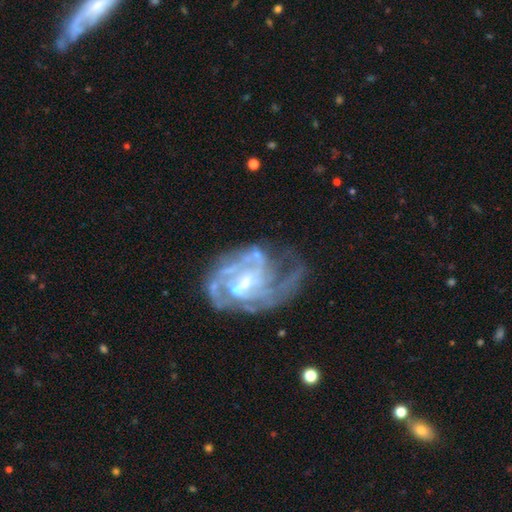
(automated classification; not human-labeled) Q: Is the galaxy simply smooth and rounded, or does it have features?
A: featured or disk — 87%.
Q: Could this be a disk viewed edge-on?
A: no — 98%.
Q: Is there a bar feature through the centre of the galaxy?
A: weak — 49%.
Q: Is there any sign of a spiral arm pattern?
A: yes — 90%.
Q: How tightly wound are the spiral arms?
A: medium — 45%.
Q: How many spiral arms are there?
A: can't tell — 30%.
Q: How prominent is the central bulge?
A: small — 63%.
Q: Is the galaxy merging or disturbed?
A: none — 41%.